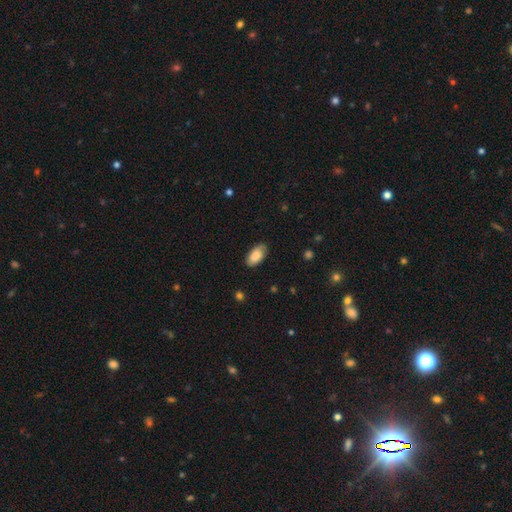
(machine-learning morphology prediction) This appears to be a smooth galaxy with no disk features (81%) that is in between round and cigar-shaped (95%). Merging: none (81%).